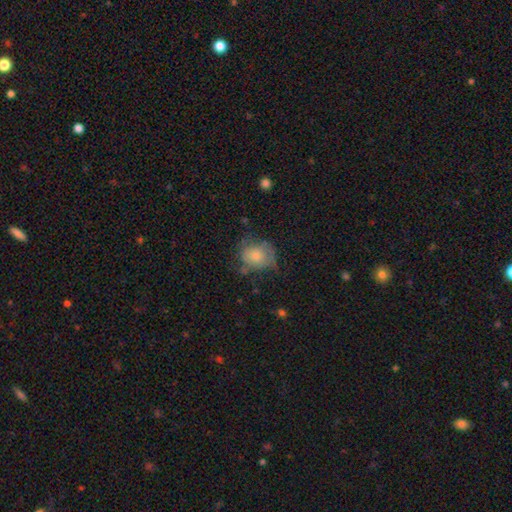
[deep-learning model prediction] A smooth galaxy with no disk features (71%) that is round (67%). Merging: none (46%).